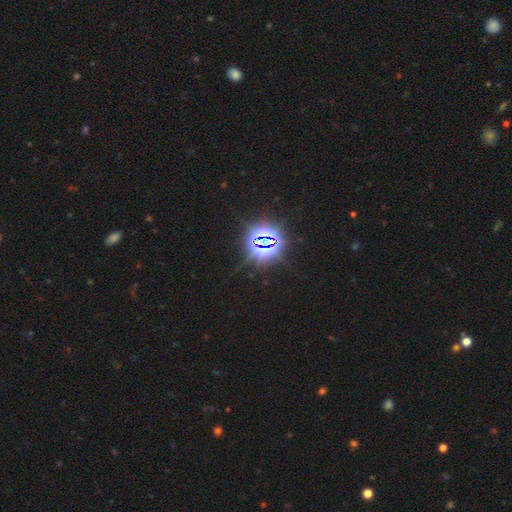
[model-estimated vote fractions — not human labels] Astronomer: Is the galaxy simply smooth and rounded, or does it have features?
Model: star or artifact — 82%.